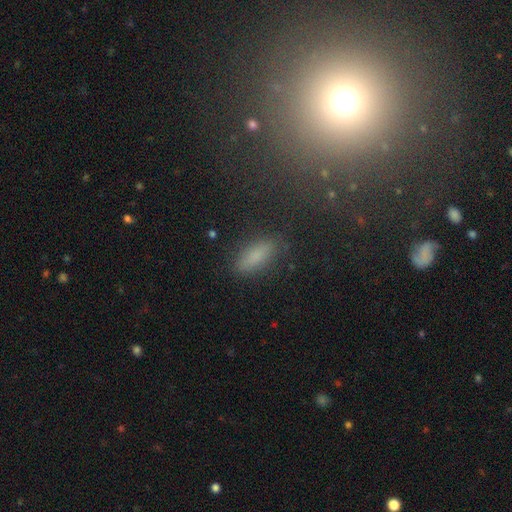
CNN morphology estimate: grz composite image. It shows a smooth galaxy with no disk features (78%) that is in between round and cigar-shaped (67%). Merging: none (85%).